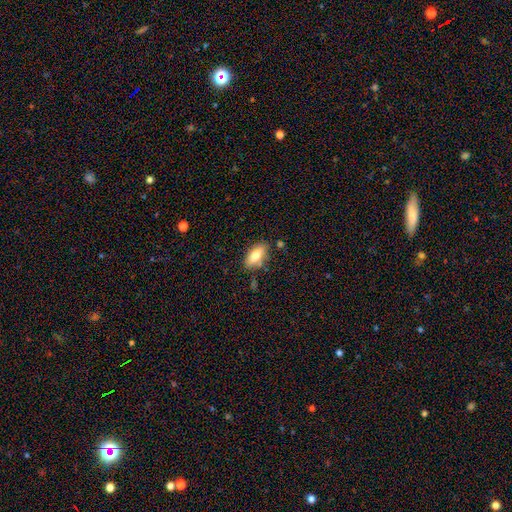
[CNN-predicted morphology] Smooth or featured?
  - smooth: 79% *
  - featured or disk: 14%
  - star or artifact: 7%
How rounded?
  - in between: 90% *
  - cigar-shaped: 7%
  - round: 4%
Merging?
  - none: 77% *
  - minor disturbance: 15%
  - merger: 5%
  - major disturbance: 3%